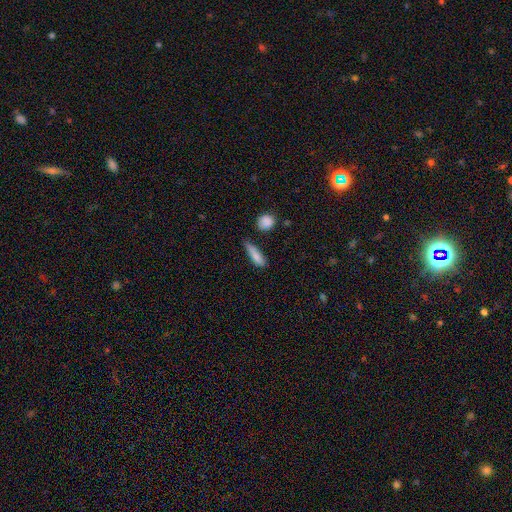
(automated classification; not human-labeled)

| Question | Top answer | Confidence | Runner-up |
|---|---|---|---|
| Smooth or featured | smooth | 81% | featured or disk (11%) |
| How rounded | cigar-shaped | 61% | in between (36%) |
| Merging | none | 51% | minor disturbance (34%) |